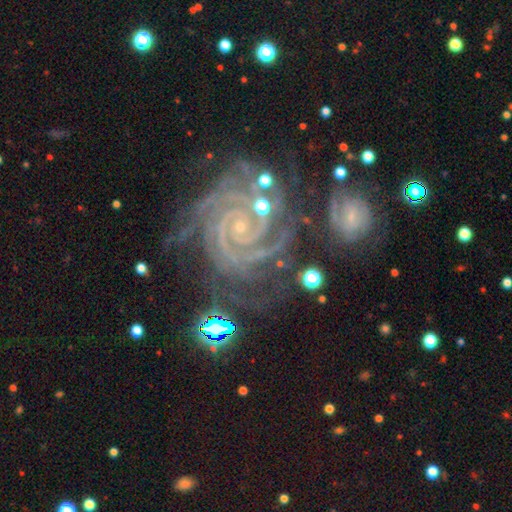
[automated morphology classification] Overall: featured or disk (88%). Edge-on disk: no (98%). Bar: no (59%; weak 25%). Spiral arms: yes (99%). Spiral arm count: 2 (25%; 3 24%). Spiral winding: tight (83%). Bulge size: small (86%). Merging: none (63%).